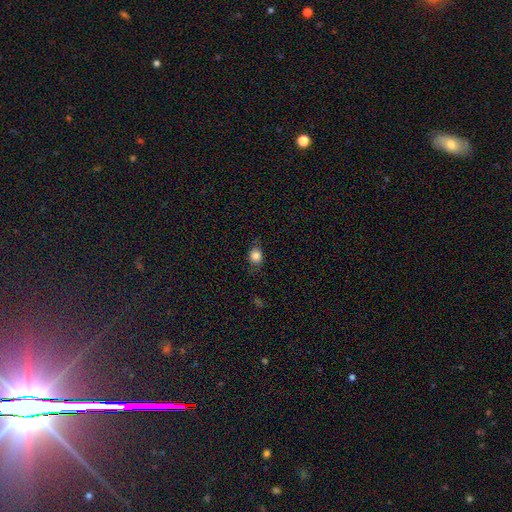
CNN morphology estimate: A smooth galaxy with no disk features (81%) that is round (57%).

Vote fractions:
- Smooth or featured? smooth: 81% / star or artifact: 10% / featured or disk: 8%
- How rounded? round: 57% / in between: 41% / cigar-shaped: 2%
- Merging? none: 69% / minor disturbance: 22% / major disturbance: 7% / merger: 1%